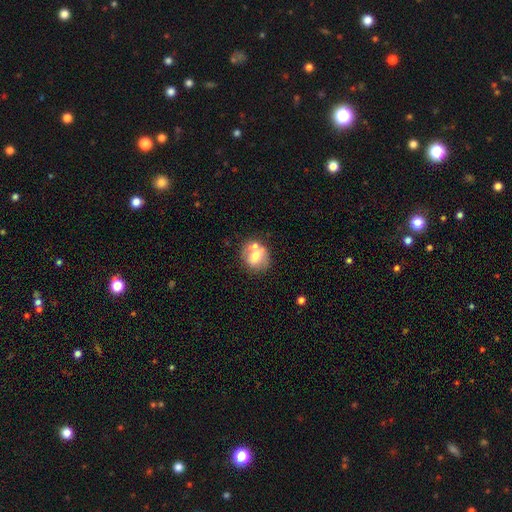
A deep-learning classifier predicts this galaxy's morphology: Overall: smooth (59%; featured or disk 32%). How rounded: round (78%). Merging: none (54%; merger 26%).